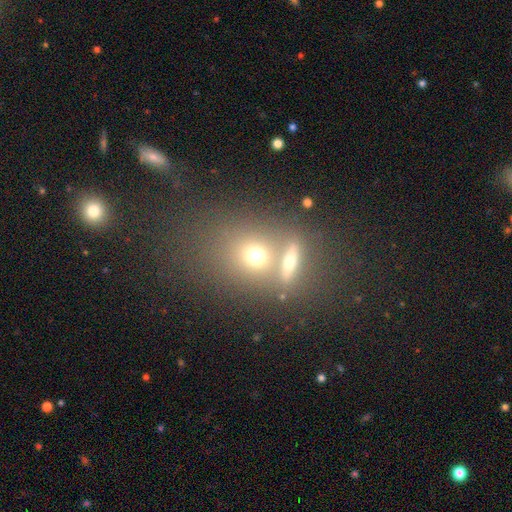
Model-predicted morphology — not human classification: Smooth or featured?
  - smooth: 66% *
  - featured or disk: 19%
  - star or artifact: 15%
How rounded?
  - round: 67% *
  - in between: 29%
  - cigar-shaped: 4%
Merging?
  - none: 47% *
  - merger: 39%
  - minor disturbance: 8%
  - major disturbance: 5%